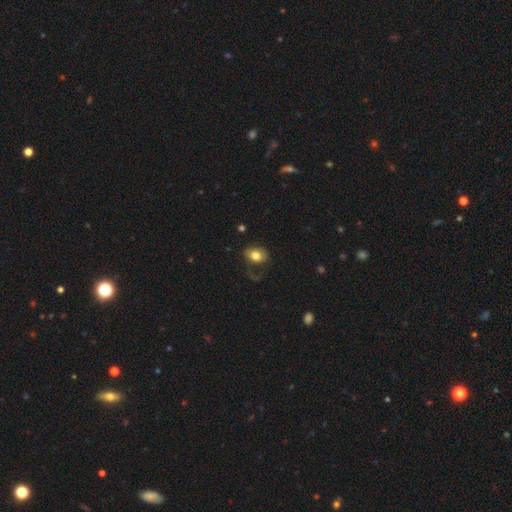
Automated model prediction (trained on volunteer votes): A smooth galaxy with no disk features (76%) that is in between round and cigar-shaped (68%). Merging: none (53%).